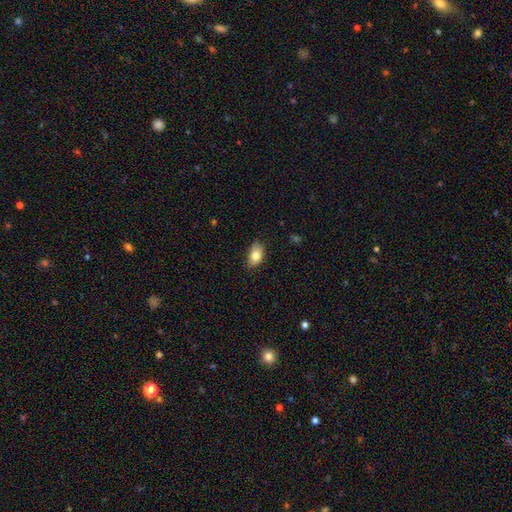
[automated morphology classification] smooth_or_featured: smooth (p=0.79) [alt: featured or disk p=0.13]
how_rounded: in between (p=0.88) [alt: round p=0.10]
merging: none (p=0.74) [alt: minor disturbance p=0.21]